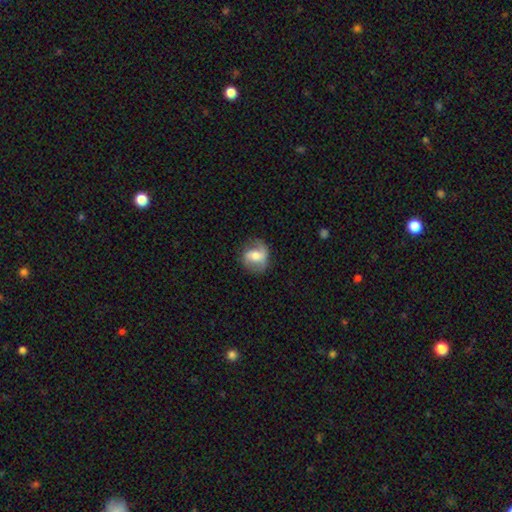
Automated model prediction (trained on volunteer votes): featured or disk 56%, smooth 36%, star or artifact 7%. Down the decision tree: edge-on disk — no (96%); bar — weak (41%); spiral arms — yes (80%); bulge size — moderate (59%); merging — none (68%).